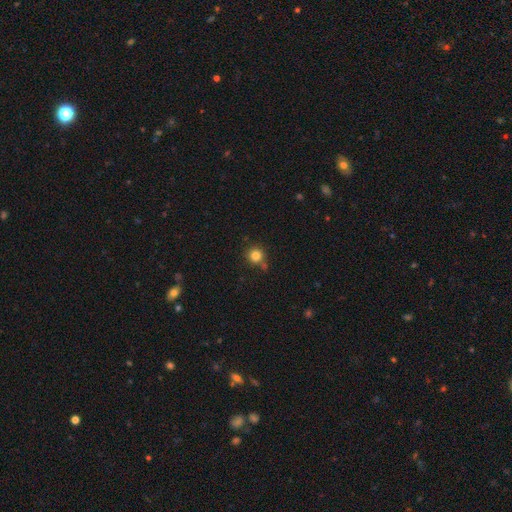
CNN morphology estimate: Smooth or featured?
  - smooth: 82% *
  - star or artifact: 12%
  - featured or disk: 6%
How rounded?
  - round: 92% *
  - in between: 7%
  - cigar-shaped: 1%
Merging?
  - none: 72% *
  - minor disturbance: 15%
  - merger: 9%
  - major disturbance: 4%